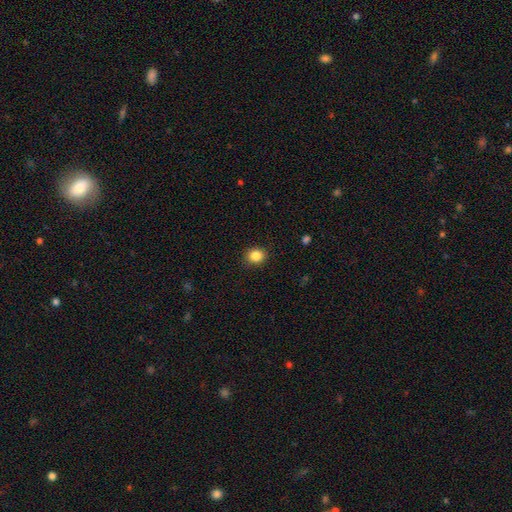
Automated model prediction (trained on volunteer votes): A smooth galaxy with no disk features (86%) that is round (73%).

Vote fractions:
- Smooth or featured? smooth: 86% / star or artifact: 10% / featured or disk: 4%
- How rounded? round: 73% / in between: 26% / cigar-shaped: 1%
- Merging? none: 90% / minor disturbance: 7% / major disturbance: 2% / merger: 1%